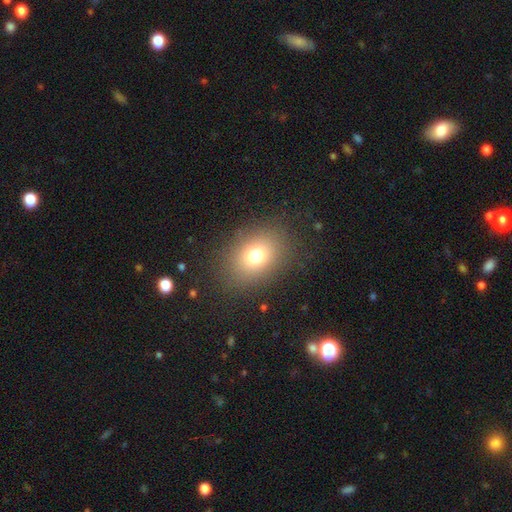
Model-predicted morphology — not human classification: Q: Smooth or featured?
A: smooth (74%); runner-up: star or artifact (15%)
Q: How rounded?
A: in between (61%); runner-up: round (38%)
Q: Merging?
A: none (84%); runner-up: minor disturbance (9%)